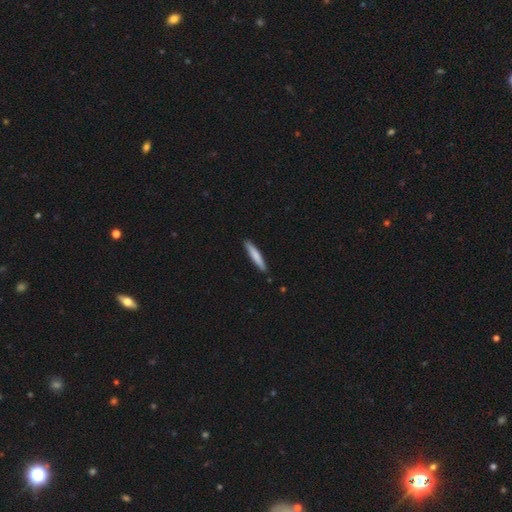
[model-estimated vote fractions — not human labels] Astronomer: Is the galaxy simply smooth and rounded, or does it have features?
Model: smooth — 77%.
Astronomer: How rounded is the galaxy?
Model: cigar-shaped — 93%.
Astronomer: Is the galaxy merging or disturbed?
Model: none — 89%.